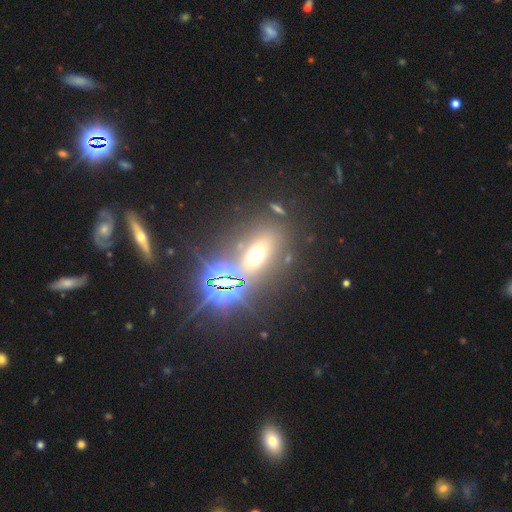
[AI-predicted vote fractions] smooth_or_featured: star or artifact (p=0.44) [alt: smooth p=0.40]